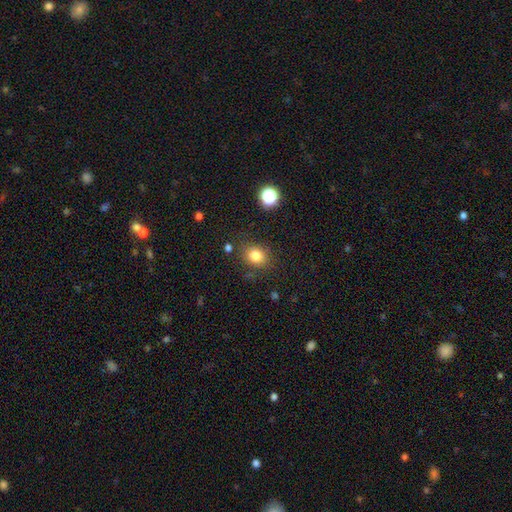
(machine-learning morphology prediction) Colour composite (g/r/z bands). It shows a smooth galaxy with no disk features (81%) that is round (61%). Merging: none (79%).